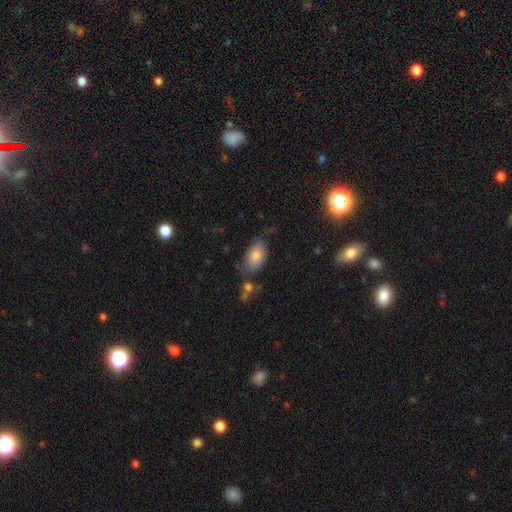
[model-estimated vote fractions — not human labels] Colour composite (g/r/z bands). It shows a smooth galaxy with no disk features (80%) that is in between round and cigar-shaped (92%). Merging: none (59%).